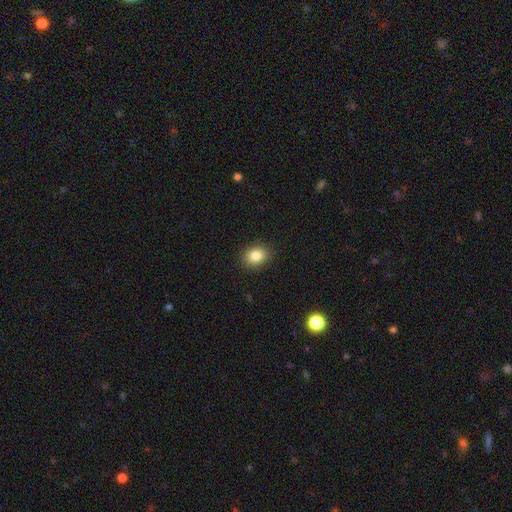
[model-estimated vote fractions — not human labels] The model was most divided on "how rounded": in between: 60%, round: 39%, cigar-shaped: 1%. More confident: merging — none (89%); smooth or featured — smooth (85%).